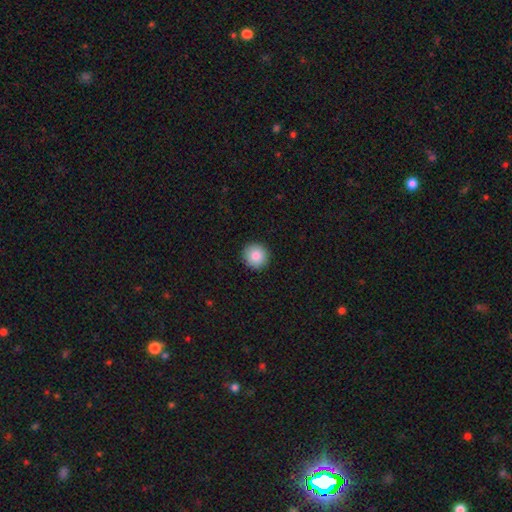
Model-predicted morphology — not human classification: A smooth galaxy with no disk features (87%) that is round (94%). Merging: none (92%).